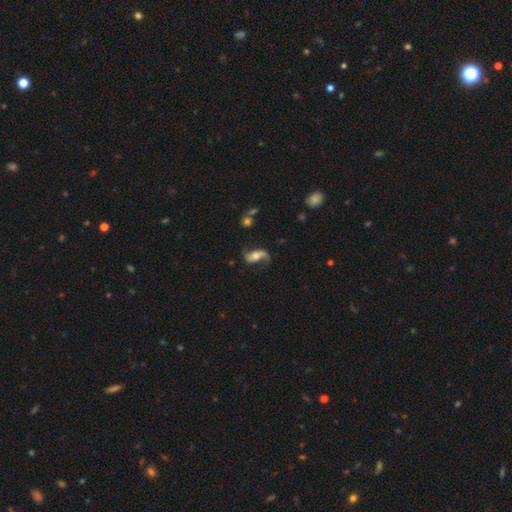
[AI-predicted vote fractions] smooth-or-featured: featured or disk: 79% | smooth: 13% | star or artifact: 7%
  disk-edge-on: no: 95% | yes: 5%
    bar: no: 46% | weak: 34% | strong: 20%
    has-spiral-arms: yes: 94% | no: 6%
      spiral-winding: loose: 79% | medium: 17% | tight: 4%
      spiral-arm-count: 2: 89% | 1: 6% | can't tell: 2% | 3: 1% | 4: 1% | more than 4: 1%
    bulge-size: moderate: 52% | small: 25% | large: 14% | none: 6% | dominant: 3%
  merging: none: 69% | minor disturbance: 17% | major disturbance: 11% | merger: 3%